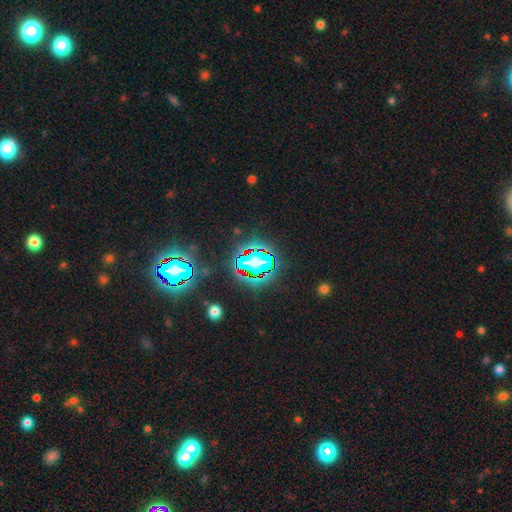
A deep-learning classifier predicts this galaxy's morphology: star or artifact 80%, smooth 11%, featured or disk 8%.